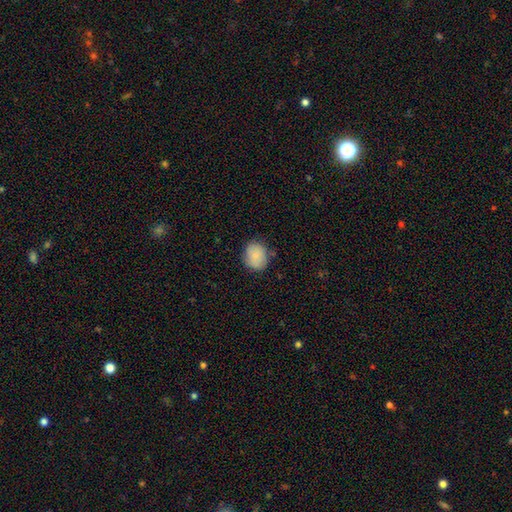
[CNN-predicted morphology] Smooth or featured? Predicted: smooth (p=0.84). How rounded? Predicted: round (p=0.70). Merging? Predicted: none (p=0.78).